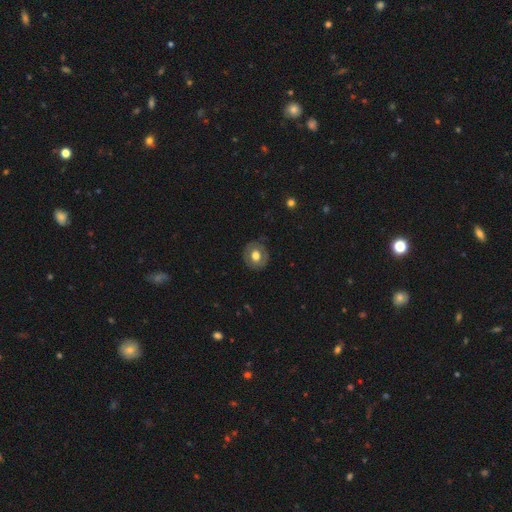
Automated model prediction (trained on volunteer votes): smooth_or_featured: smooth (p=0.58) [alt: featured or disk p=0.35]
how_rounded: round (p=0.80) [alt: in between p=0.19]
merging: none (p=0.83) [alt: minor disturbance p=0.12]